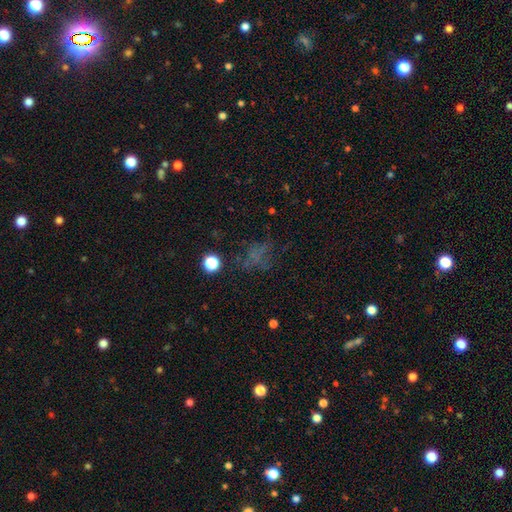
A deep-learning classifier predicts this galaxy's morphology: Overall: smooth (39%; star or artifact 37%). Merging: none (54%; major disturbance 24%).